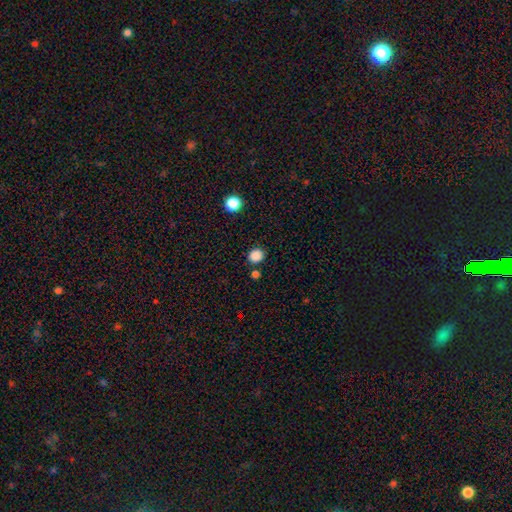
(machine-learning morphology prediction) A smooth galaxy with no disk features (85%) that is round (80%). Merging: none (83%).